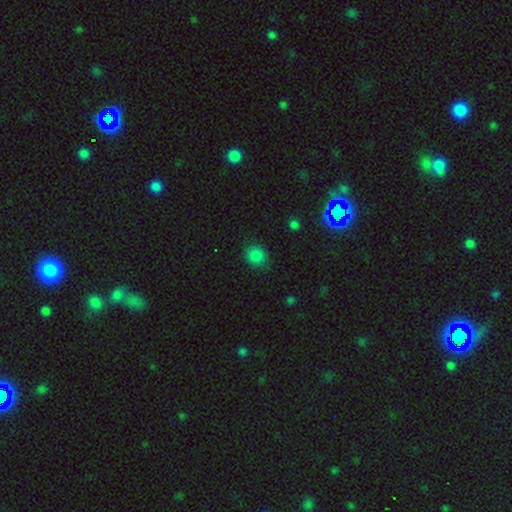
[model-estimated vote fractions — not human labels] smooth-or-featured: smooth: 84% | star or artifact: 12% | featured or disk: 4%
  how-rounded: round: 77% | in between: 22% | cigar-shaped: 1%
  merging: none: 83% | minor disturbance: 13% | major disturbance: 3% | merger: 1%